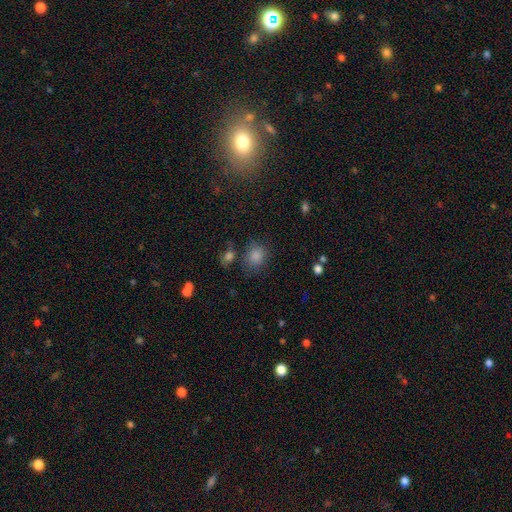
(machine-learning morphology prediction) This appears to be a smooth galaxy with no disk features (83%) that is round (66%). Merging: none (70%).